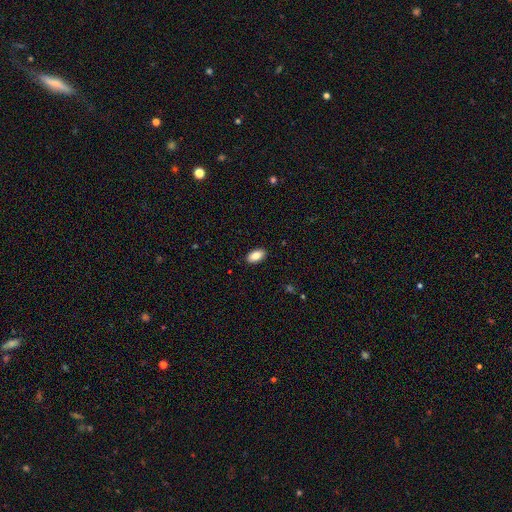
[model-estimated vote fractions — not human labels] Smooth or featured? smooth (88%)
How rounded? in between (94%)
Merging? none (90%)